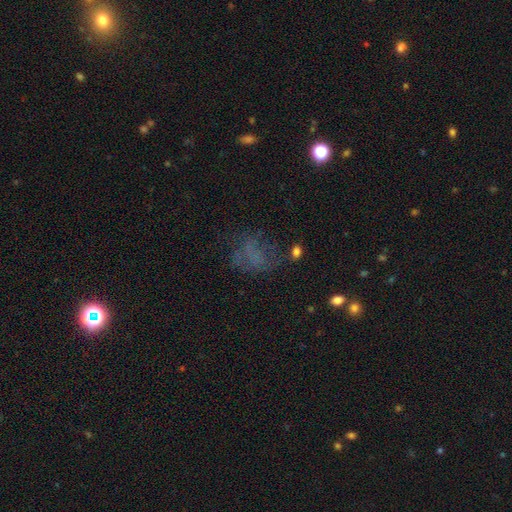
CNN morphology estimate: A smooth galaxy with no disk features (39%).

Vote fractions:
- Smooth or featured? smooth: 39% / featured or disk: 31% / star or artifact: 30%
- Merging? none: 50% / major disturbance: 27% / minor disturbance: 19% / merger: 4%